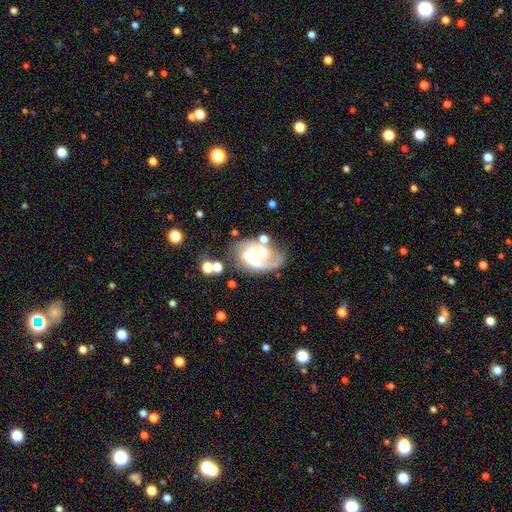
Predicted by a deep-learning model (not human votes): Smooth or featured: featured or disk — 80% (smooth — 12%)
Edge-on disk: no — 98% (yes — 2%)
Bar: no — 44% (weak — 38%)
Spiral arms: yes — 91% (no — 9%)
Spiral winding: medium — 46% (tight — 33%)
Spiral arm count: 2 — 58% (1 — 20%)
Bulge size: none — 36% (small — 35%)
Merging: none — 50% (minor disturbance — 20%)